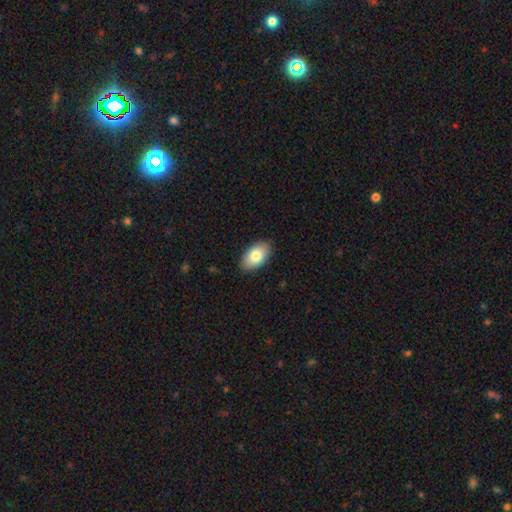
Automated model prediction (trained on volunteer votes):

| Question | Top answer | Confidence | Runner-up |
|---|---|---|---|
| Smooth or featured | smooth | 80% | featured or disk (13%) |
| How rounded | in between | 94% | round (4%) |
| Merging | none | 88% | minor disturbance (9%) |